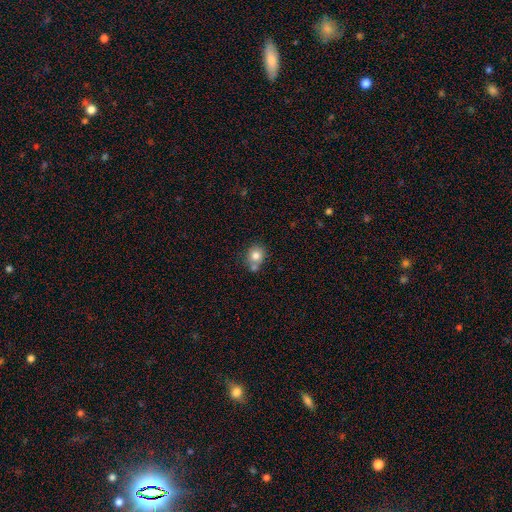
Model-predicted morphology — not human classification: Overall: smooth (78%). How rounded: round (75%). Merging: none (53%; merger 28%).